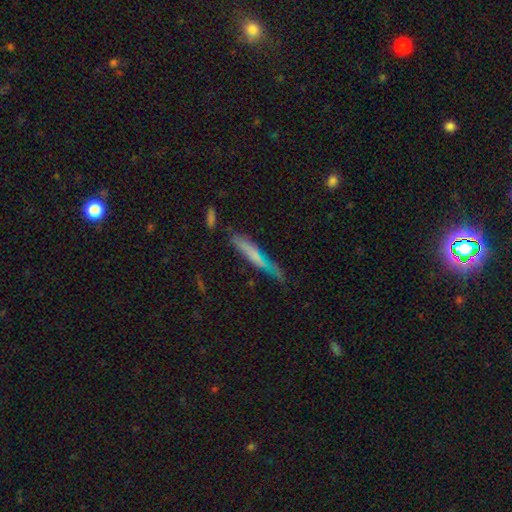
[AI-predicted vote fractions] smooth_or_featured: smooth (p=0.50) [alt: featured or disk p=0.41]
merging: none (p=0.53) [alt: minor disturbance p=0.28]